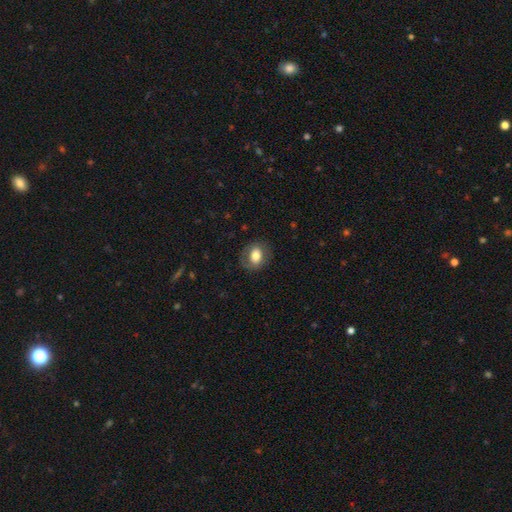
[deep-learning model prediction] Smooth or featured: smooth — 72% (featured or disk — 21%)
How rounded: in between — 56% (round — 43%)
Merging: none — 78% (minor disturbance — 14%)